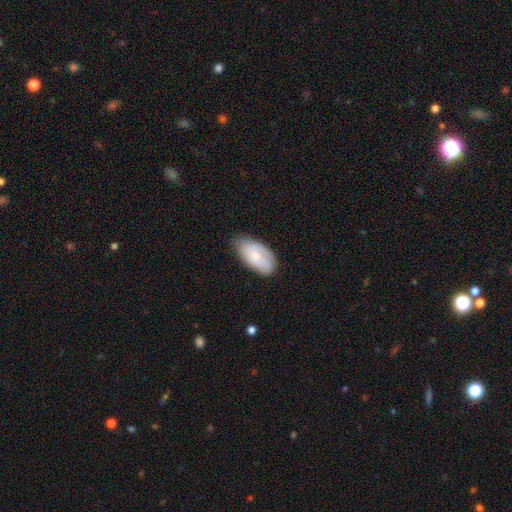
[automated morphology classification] Smooth or featured: smooth — 67% (featured or disk — 27%)
How rounded: in between — 94% (cigar-shaped — 3%)
Merging: none — 70% (minor disturbance — 24%)